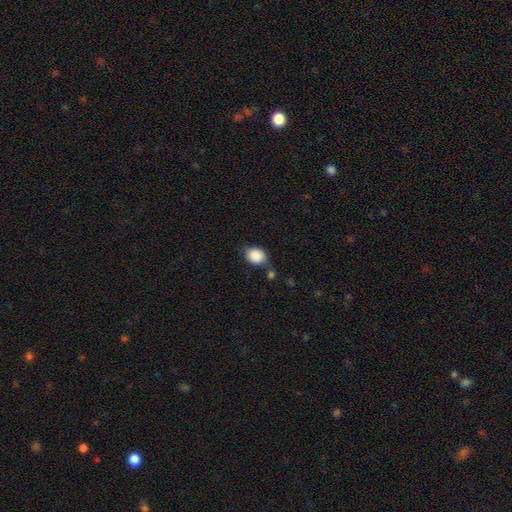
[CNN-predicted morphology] This is clearly a smooth galaxy (87%). How rounded: possibly round (50%). Merging: likely none (62%).